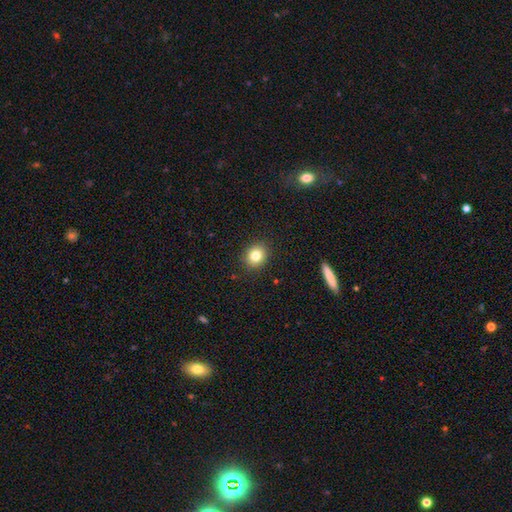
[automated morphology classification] smooth_or_featured: smooth (p=0.81) [alt: star or artifact p=0.11]
how_rounded: round (p=0.75) [alt: in between p=0.24]
merging: none (p=0.90) [alt: minor disturbance p=0.07]